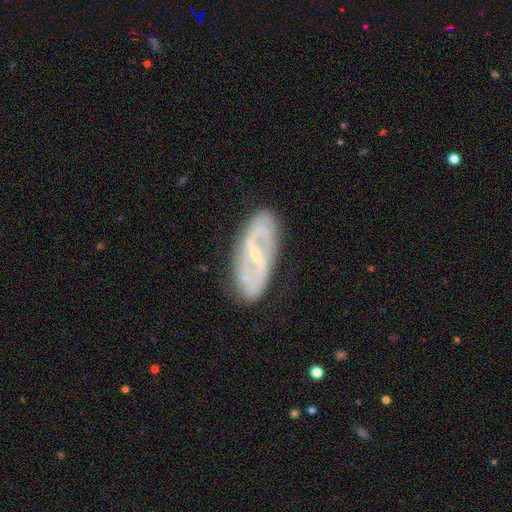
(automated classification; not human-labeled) The model was most divided on "spiral winding": medium: 39%, loose: 34%, tight: 27%. Remaining: edge-on disk — no (90%); spiral arms — yes (84%); merging — none (83%); smooth or featured — featured or disk (82%); spiral arm count — 2 (81%); bulge size — small (78%); bar — strong (46%).